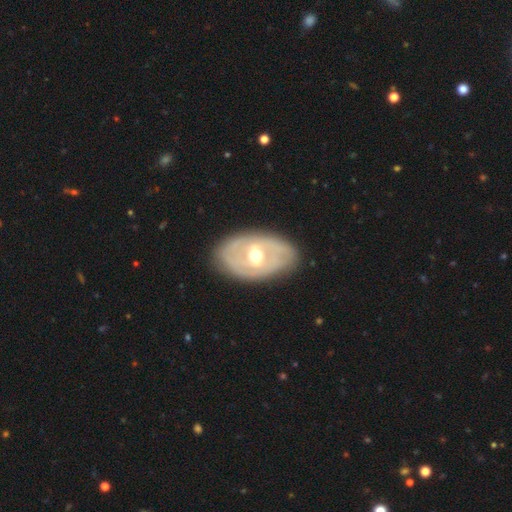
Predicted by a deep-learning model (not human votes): This is likely a featured or disk galaxy (72%). It is clearly not viewed edge-on (93%). Bar: possibly no (48%). Spiral arm pattern: possibly yes (55%). Central bulge: likely moderate (78%). Merging: likely none (79%).